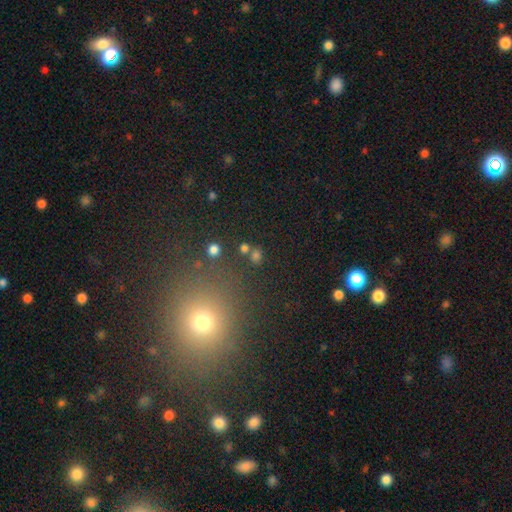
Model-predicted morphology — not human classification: Smooth or featured? Predicted: smooth (p=0.66). How rounded? Predicted: round (p=0.77). Merging? Predicted: none (p=0.75).